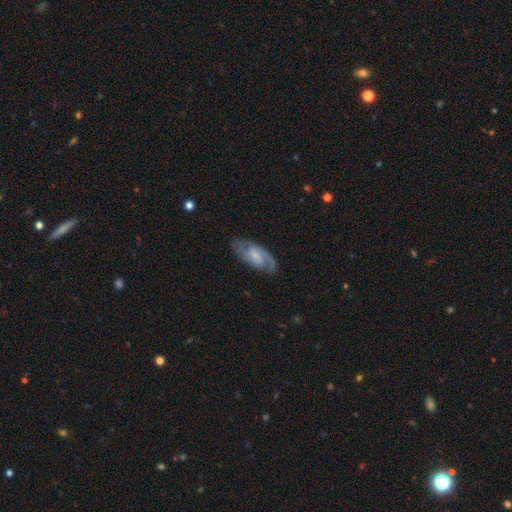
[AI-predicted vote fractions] A featured or disk galaxy (79%) with a weak bar (50%), 2 (81%) medium (51%) spiral arms (95%) and a small central bulge (57%).

Vote fractions:
- Smooth or featured? featured or disk: 79% / smooth: 16% / star or artifact: 5%
- Edge-on disk? no: 94% / yes: 6%
- Bar? weak: 50% / no: 38% / strong: 12%
- Spiral arms? yes: 95% / no: 5%
- Spiral winding? medium: 51% / tight: 33% / loose: 16%
- Spiral arm count? 2: 81% / can't tell: 9% / 3: 4% / 1: 4% / 4: 1% / more than 4: 1%
- Bulge size? small: 57% / moderate: 26% / none: 14% / large: 3% / dominant: 1%
- Merging? none: 78% / minor disturbance: 16% / major disturbance: 5% / merger: 1%